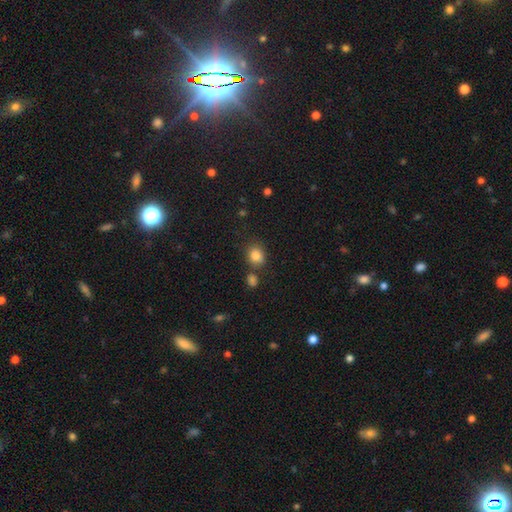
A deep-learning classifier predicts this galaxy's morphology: Smooth or featured? Predicted: smooth (p=0.83). How rounded? Predicted: round (p=0.62). Merging? Predicted: none (p=0.71).